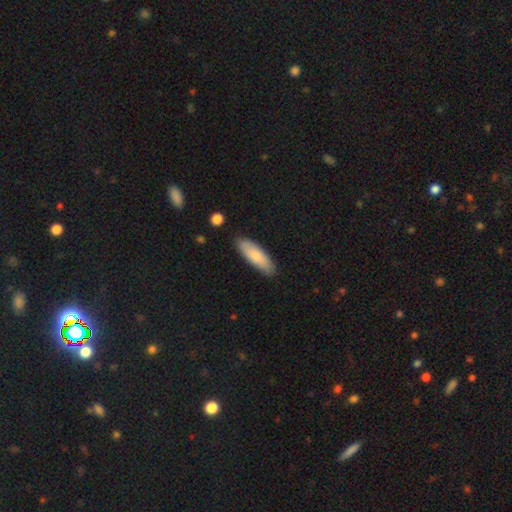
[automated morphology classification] The model was most divided on "how rounded": in between: 56%, cigar-shaped: 42%, round: 2%. More confident: merging — none (86%); smooth or featured — smooth (76%).